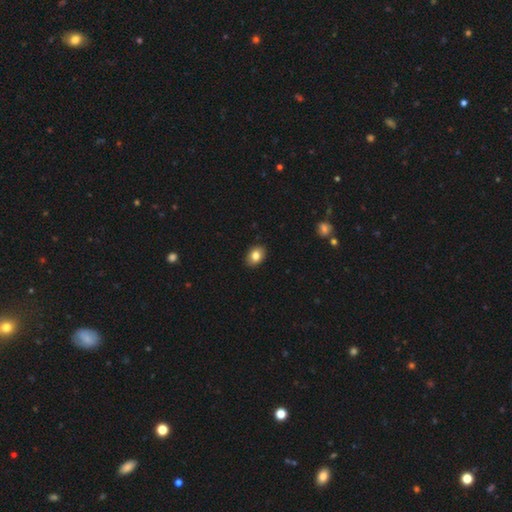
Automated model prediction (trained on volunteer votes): Smooth or featured? smooth (83%)
How rounded? in between (71%)
Merging? none (90%)